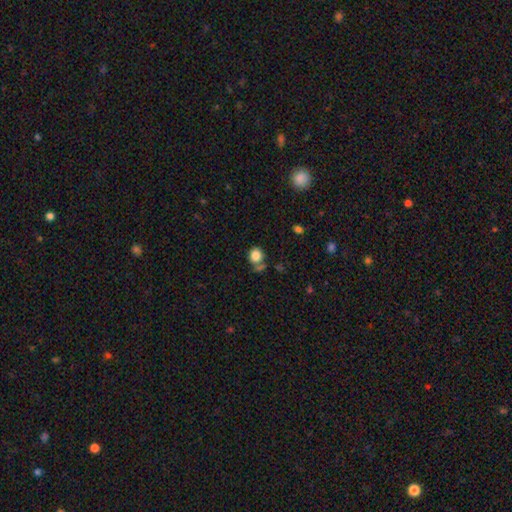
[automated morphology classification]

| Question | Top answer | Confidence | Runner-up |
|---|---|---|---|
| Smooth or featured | smooth | 84% | star or artifact (10%) |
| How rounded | round | 70% | in between (29%) |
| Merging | none | 62% | merger (17%) |